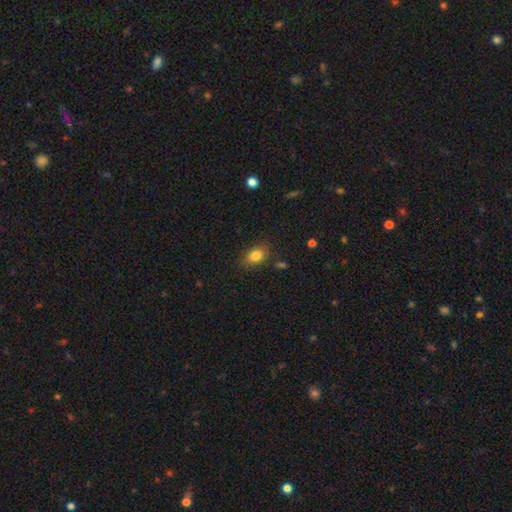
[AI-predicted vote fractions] The model was most divided on "how rounded": in between: 73%, round: 25%, cigar-shaped: 2%. More confident: smooth or featured — smooth (83%); merging — none (79%).